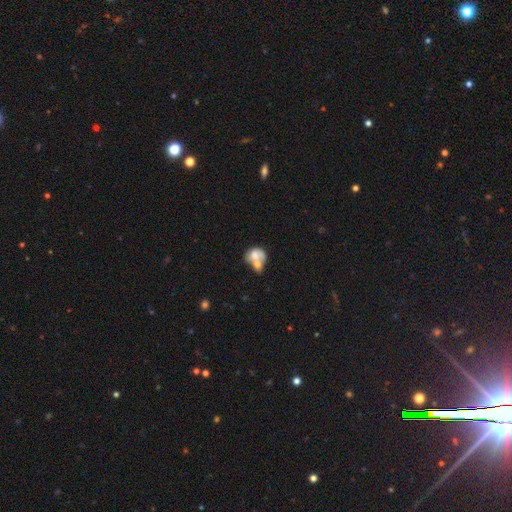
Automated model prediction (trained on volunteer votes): This appears to be a smooth galaxy with no disk features (61%) that is in between round and cigar-shaped (54%). Merging: merger (66%).